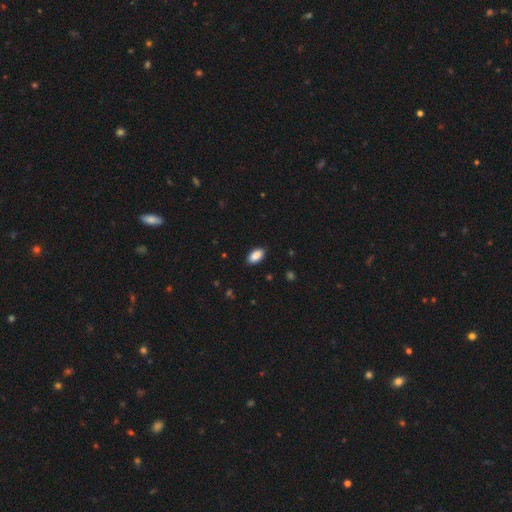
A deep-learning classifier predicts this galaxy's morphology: This appears to be a smooth galaxy with no disk features (90%) that is in between round and cigar-shaped (94%). Merging: none (88%).